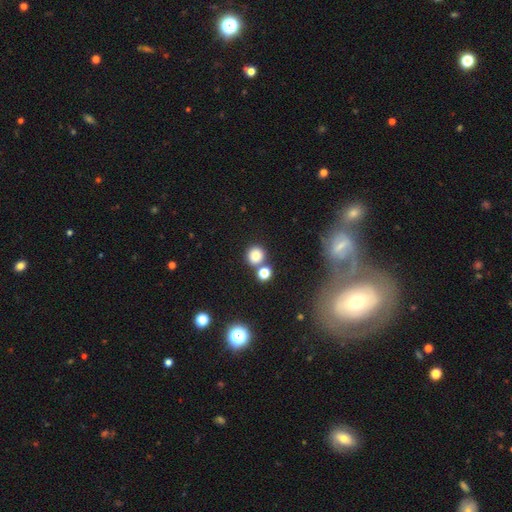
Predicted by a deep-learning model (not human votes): Morphology: type=smooth (79%); roundness=round (89%); merging=none (67%).